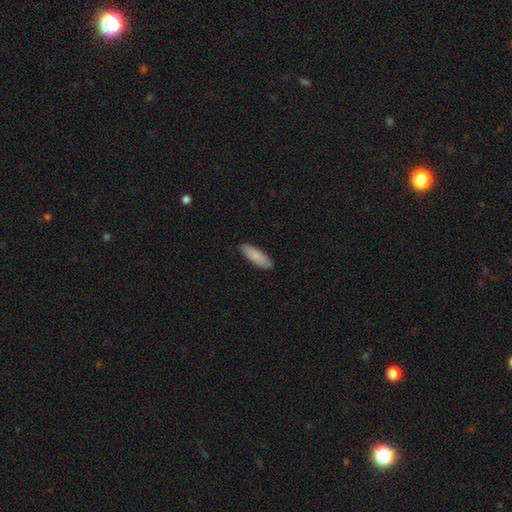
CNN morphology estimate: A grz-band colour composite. It shows a smooth galaxy with no disk features (88%) that is cigar-shaped (49%, tied with in between). Merging: none (90%).